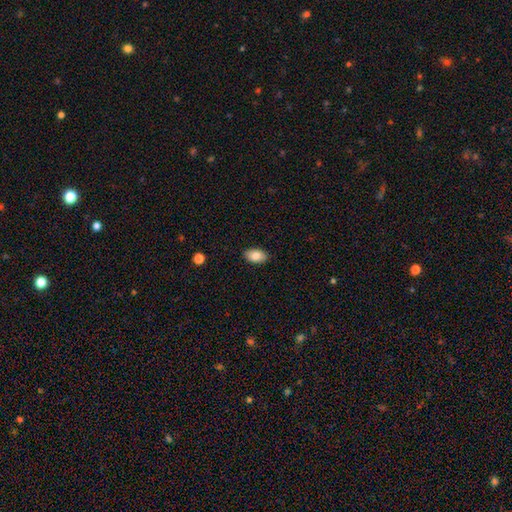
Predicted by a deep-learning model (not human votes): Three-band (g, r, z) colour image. It shows a smooth galaxy with no disk features (84%) that is in between round and cigar-shaped (93%). Merging: none (89%).